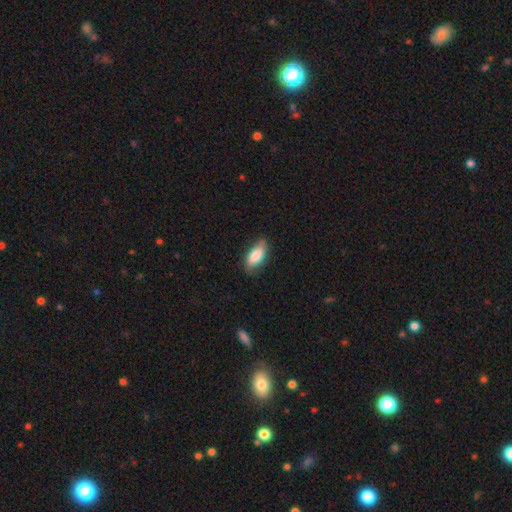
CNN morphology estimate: Smooth or featured?
  - smooth: 80% *
  - featured or disk: 13%
  - star or artifact: 6%
How rounded?
  - in between: 85% *
  - cigar-shaped: 12%
  - round: 3%
Merging?
  - none: 73% *
  - minor disturbance: 22%
  - major disturbance: 4%
  - merger: 1%